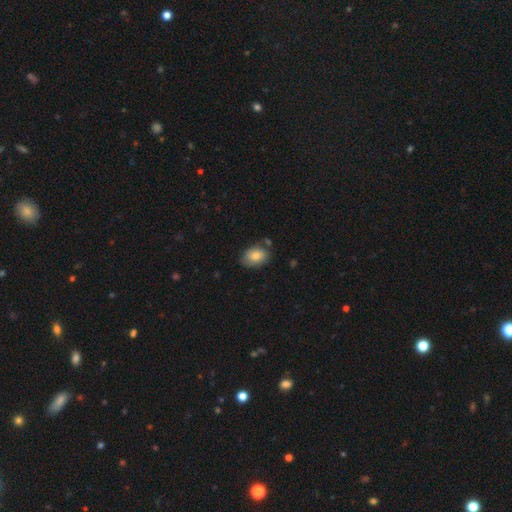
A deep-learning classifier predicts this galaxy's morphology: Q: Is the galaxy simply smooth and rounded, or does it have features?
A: smooth — 80%.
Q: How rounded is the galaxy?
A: in between — 83%.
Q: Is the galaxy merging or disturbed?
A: none — 71%.